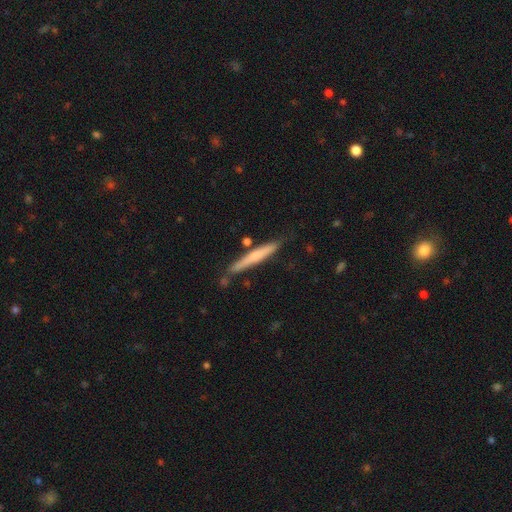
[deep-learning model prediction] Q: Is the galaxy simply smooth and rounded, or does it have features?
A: smooth — 59%.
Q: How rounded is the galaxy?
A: cigar-shaped — 95%.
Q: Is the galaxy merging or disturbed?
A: none — 76%.